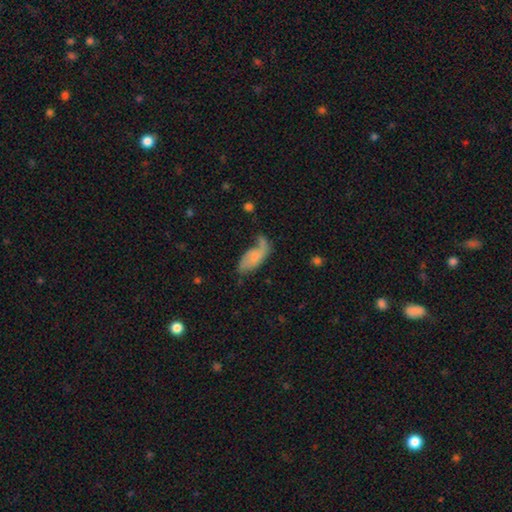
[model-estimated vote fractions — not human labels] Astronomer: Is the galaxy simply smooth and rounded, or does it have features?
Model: smooth — 50% (runner-up: featured or disk, 42%).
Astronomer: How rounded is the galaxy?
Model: in between — 87%.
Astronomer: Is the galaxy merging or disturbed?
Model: none — 34% (runner-up: minor disturbance, 30%).